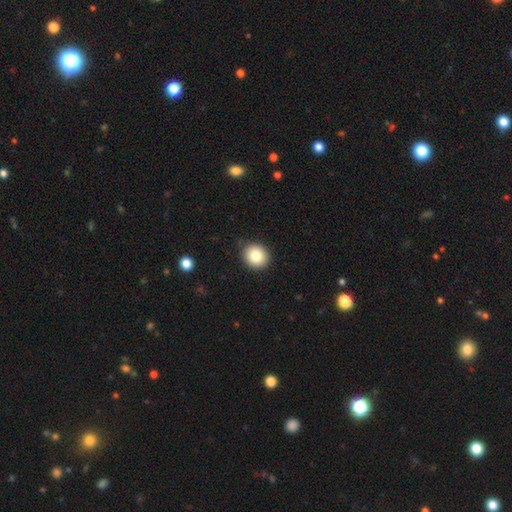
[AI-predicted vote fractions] smooth_or_featured: smooth (p=0.81) [alt: star or artifact p=0.10]
how_rounded: round (p=0.84) [alt: in between p=0.15]
merging: none (p=0.89) [alt: minor disturbance p=0.08]